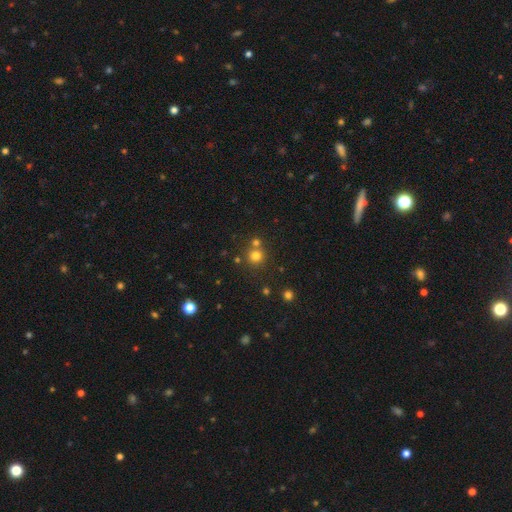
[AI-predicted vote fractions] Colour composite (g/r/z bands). It shows a smooth galaxy with no disk features (75%) that is round (92%). Merging: none (68%).